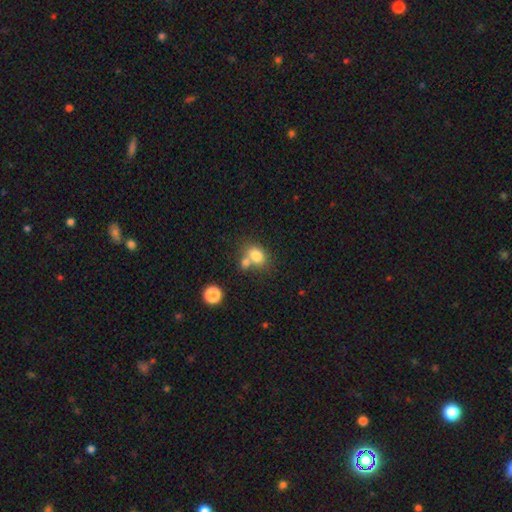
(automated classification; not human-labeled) Morphology: type=smooth (79%); roundness=in between (57%); merging=none (46%).